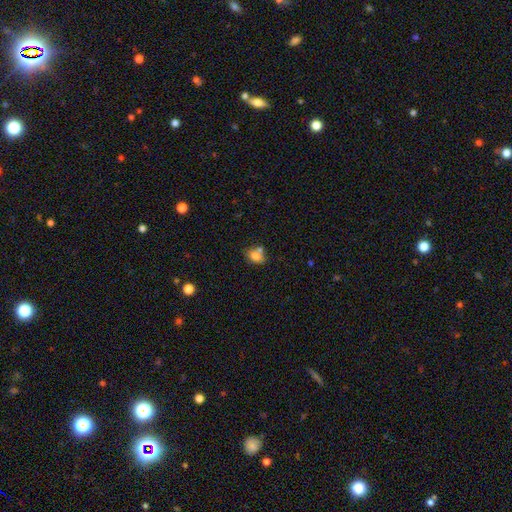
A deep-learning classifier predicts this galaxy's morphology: Smooth or featured?
  - smooth: 77% *
  - featured or disk: 13%
  - star or artifact: 10%
How rounded?
  - in between: 64% *
  - round: 34%
  - cigar-shaped: 1%
Merging?
  - none: 51% *
  - merger: 30%
  - minor disturbance: 14%
  - major disturbance: 4%